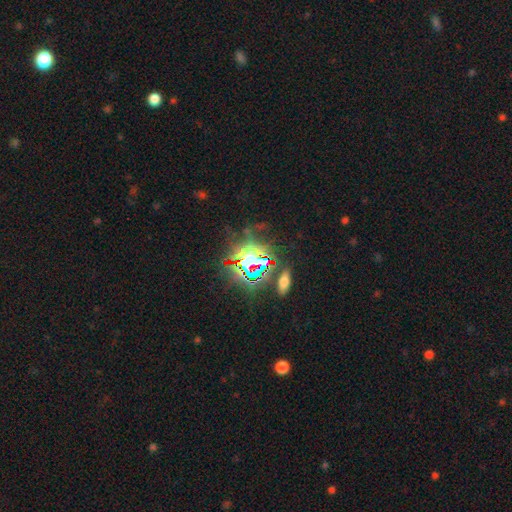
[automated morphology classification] Smooth or featured? star or artifact (82%)